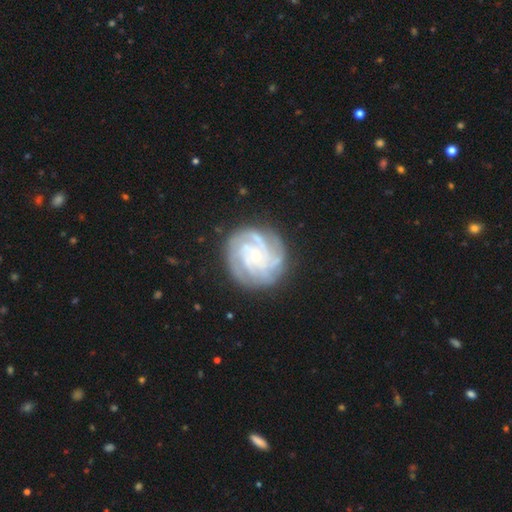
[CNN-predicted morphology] A featured or disk galaxy (86%) with no bar (73%), 4 (30%) tight (72%) spiral arms (97%) and a small central bulge (77%).

Vote fractions:
- Smooth or featured? featured or disk: 86% / smooth: 8% / star or artifact: 6%
- Edge-on disk? no: 98% / yes: 2%
- Bar? no: 73% / weak: 21% / strong: 6%
- Spiral arms? yes: 97% / no: 3%
- Spiral winding? tight: 72% / medium: 24% / loose: 4%
- Spiral arm count? 4: 30% / 3: 24% / can't tell: 21% / more than 4: 10% / 2: 10% / 1: 6%
- Bulge size? small: 77% / moderate: 18% / none: 3% / large: 2% / dominant: 1%
- Merging? none: 79% / minor disturbance: 14% / major disturbance: 5% / merger: 1%